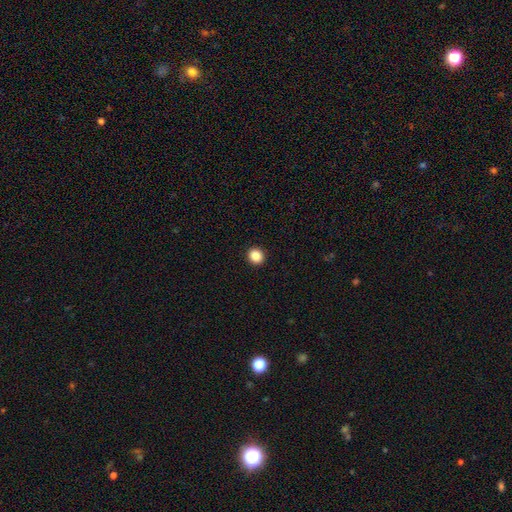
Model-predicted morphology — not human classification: Smooth or featured? Predicted: smooth (p=0.87). How rounded? Predicted: round (p=0.86). Merging? Predicted: none (p=0.93).